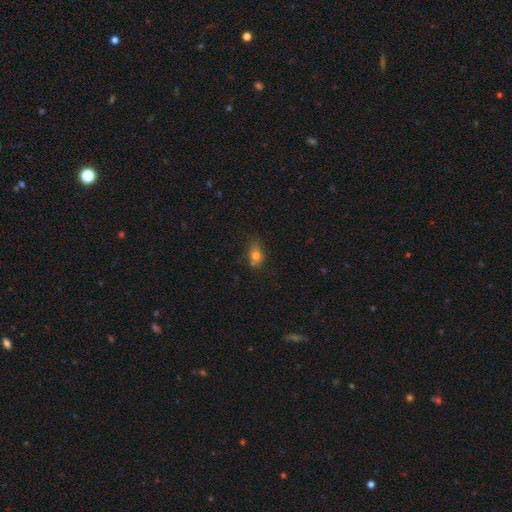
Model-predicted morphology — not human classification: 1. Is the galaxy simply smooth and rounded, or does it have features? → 74% smooth, 14% featured or disk, 12% star or artifact.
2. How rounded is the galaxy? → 70% in between, 25% round, 6% cigar-shaped.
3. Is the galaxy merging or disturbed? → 57% none, 28% minor disturbance, 8% major disturbance, 7% merger.